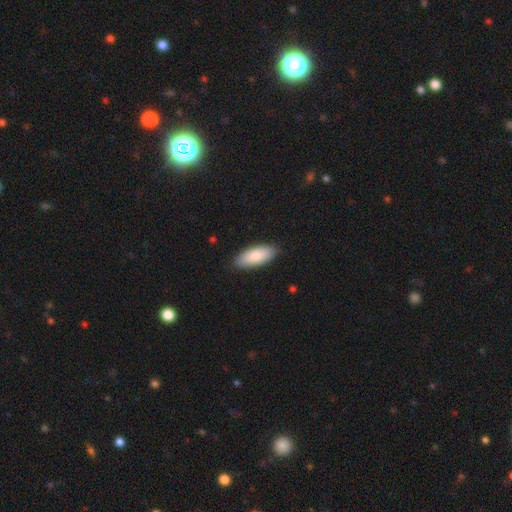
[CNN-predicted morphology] The model was most divided on "how rounded": in between: 83%, cigar-shaped: 15%, round: 2%. More confident: merging — none (86%); smooth or featured — smooth (85%).